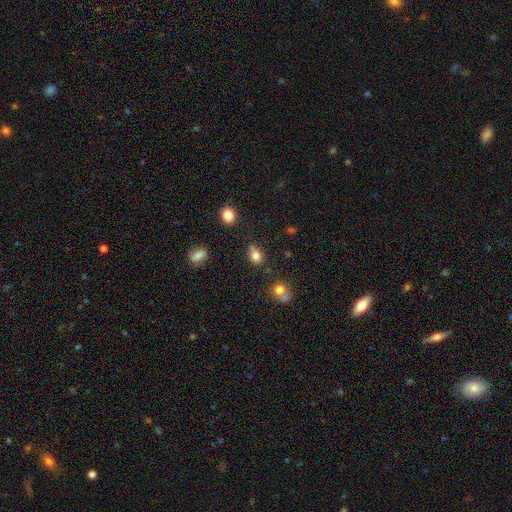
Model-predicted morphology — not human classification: smooth-or-featured: smooth: 79% | star or artifact: 13% | featured or disk: 8%
  how-rounded: round: 54% | in between: 44% | cigar-shaped: 1%
  merging: none: 59% | minor disturbance: 25% | merger: 10% | major disturbance: 6%